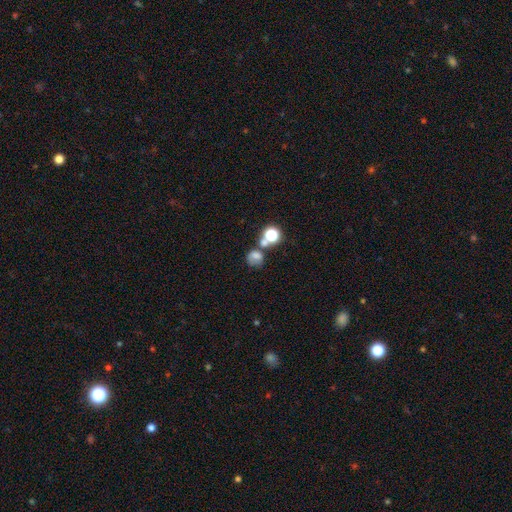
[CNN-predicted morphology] Smooth or featured? smooth (63%)
How rounded? round (68%)
Merging? none (40%)